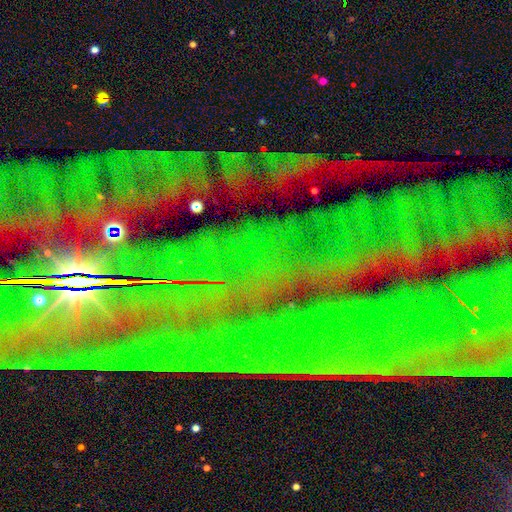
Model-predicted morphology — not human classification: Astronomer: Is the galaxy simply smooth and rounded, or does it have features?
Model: star or artifact — 85%.